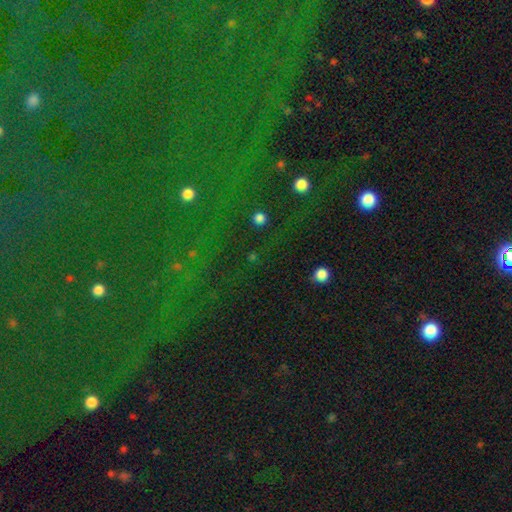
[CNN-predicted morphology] This is likely a star or artifact rather than a galaxy (78%).